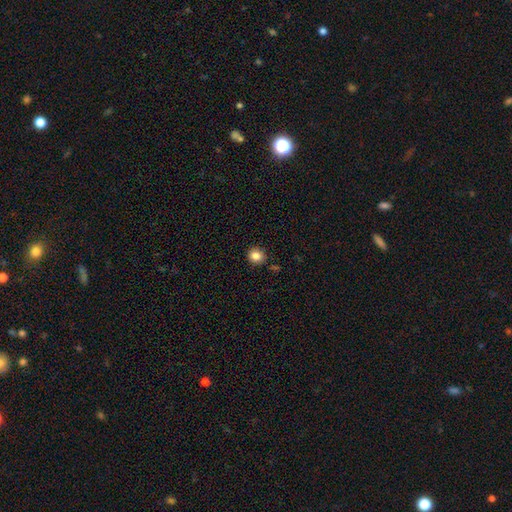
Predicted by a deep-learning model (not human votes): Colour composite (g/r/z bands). It shows a smooth galaxy with no disk features (84%) that is round (86%). Merging: none (87%).